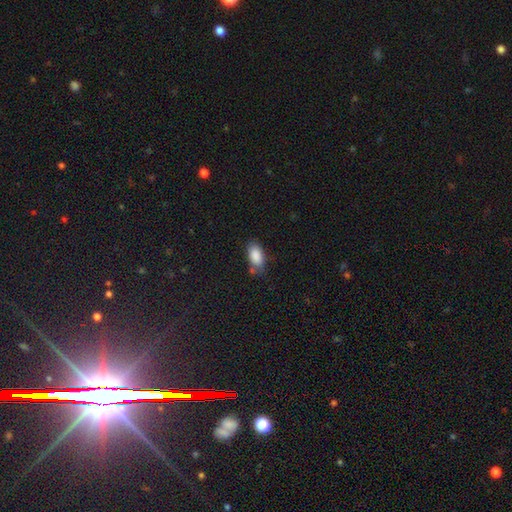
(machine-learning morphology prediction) smooth-or-featured: smooth: 88% | star or artifact: 8% | featured or disk: 5%
  how-rounded: in between: 92% | cigar-shaped: 4% | round: 4%
  merging: none: 70% | minor disturbance: 21% | merger: 5% | major disturbance: 4%